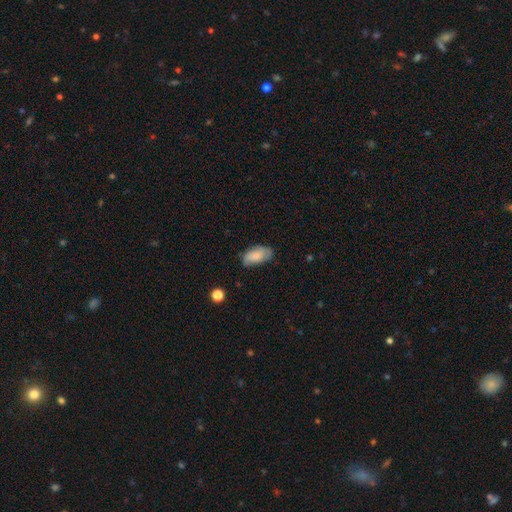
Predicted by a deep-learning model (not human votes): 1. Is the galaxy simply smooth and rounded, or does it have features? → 68% smooth, 24% featured or disk, 8% star or artifact.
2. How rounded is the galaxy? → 92% in between, 4% cigar-shaped, 4% round.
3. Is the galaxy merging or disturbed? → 64% none, 27% minor disturbance, 7% major disturbance, 2% merger.